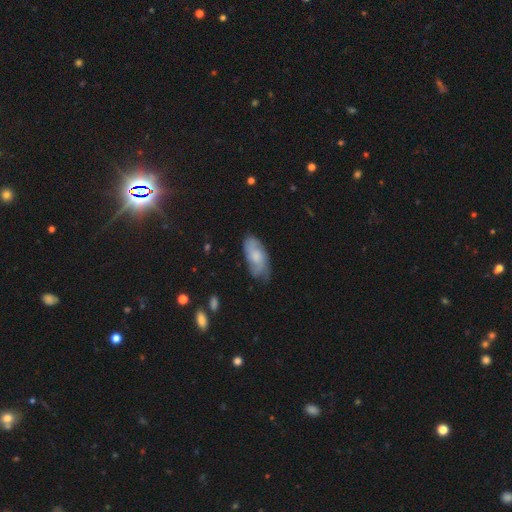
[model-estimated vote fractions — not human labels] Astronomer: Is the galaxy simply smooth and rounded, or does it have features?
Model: smooth — 49% (runner-up: featured or disk, 45%).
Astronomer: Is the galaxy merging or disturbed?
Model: none — 65%.